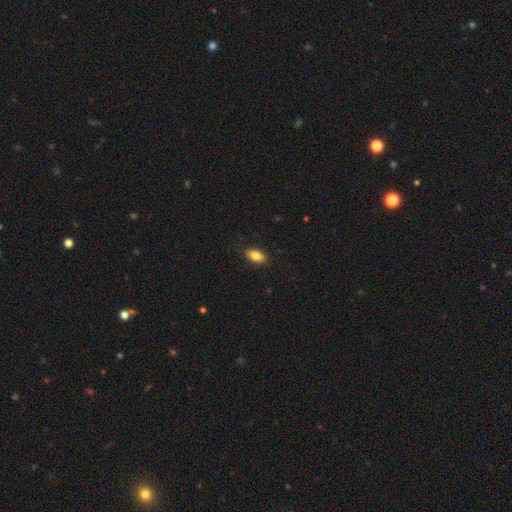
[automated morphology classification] The model was most divided on "smooth or featured": smooth: 83%, featured or disk: 9%, star or artifact: 8%. More confident: how rounded — in between (90%); merging — none (87%).